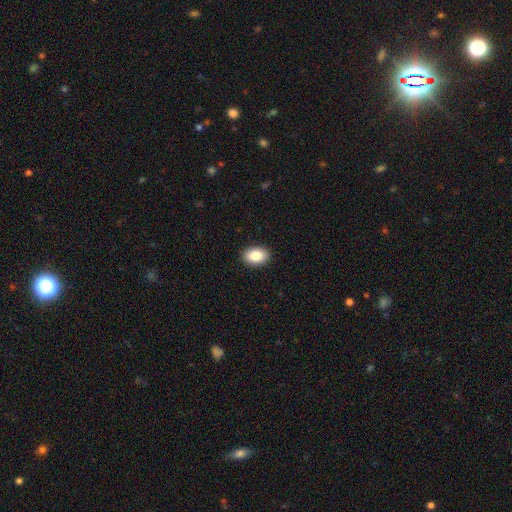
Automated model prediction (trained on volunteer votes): Q: Smooth or featured?
A: smooth (86%); runner-up: star or artifact (8%)
Q: How rounded?
A: in between (86%); runner-up: round (13%)
Q: Merging?
A: none (91%); runner-up: minor disturbance (6%)